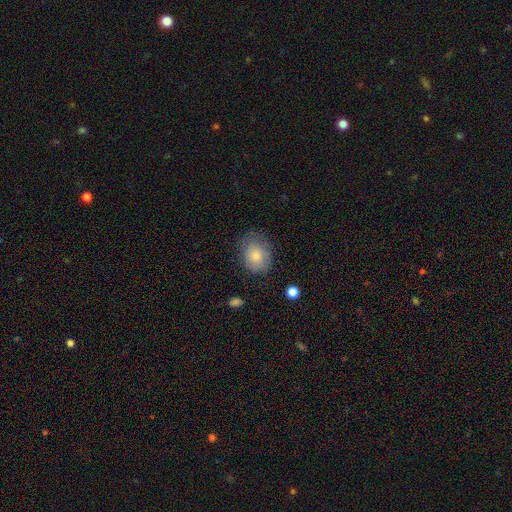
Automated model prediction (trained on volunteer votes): Smooth or featured: smooth — 80% (featured or disk — 12%)
How rounded: in between — 52% (round — 47%)
Merging: none — 68% (minor disturbance — 23%)